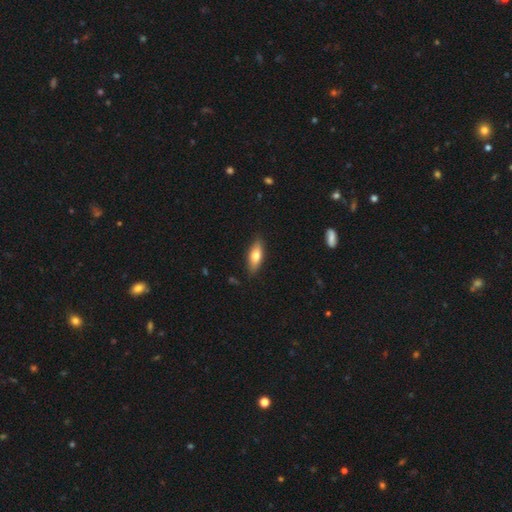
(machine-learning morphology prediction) smooth 71%, featured or disk 23%, star or artifact 6%. Down the decision tree: how rounded — in between (68%); merging — none (86%).